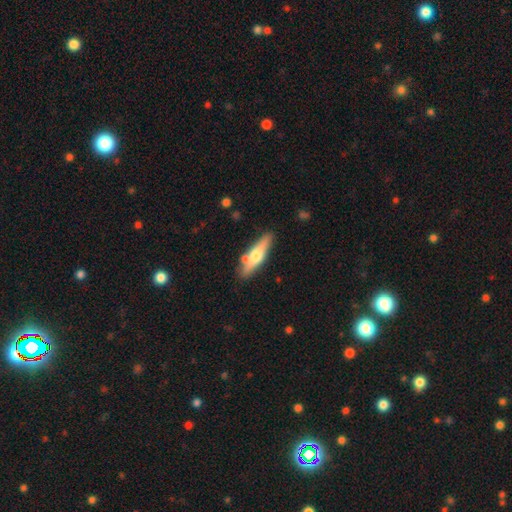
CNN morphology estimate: This appears to be a featured or disk galaxy (48%). Merging: none (77%).